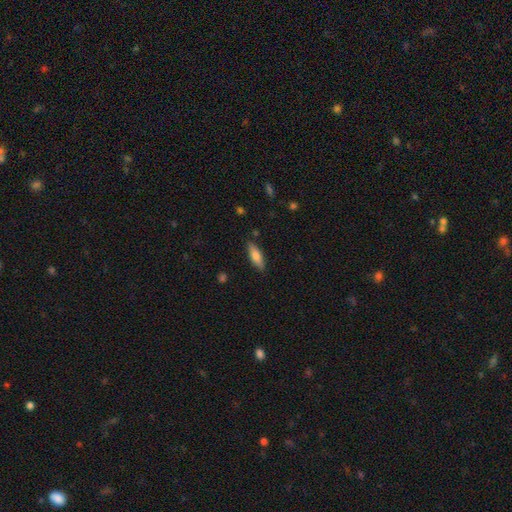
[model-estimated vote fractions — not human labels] Smooth or featured? Predicted: smooth (p=0.72). How rounded? Predicted: in between (p=0.51). Merging? Predicted: none (p=0.86).